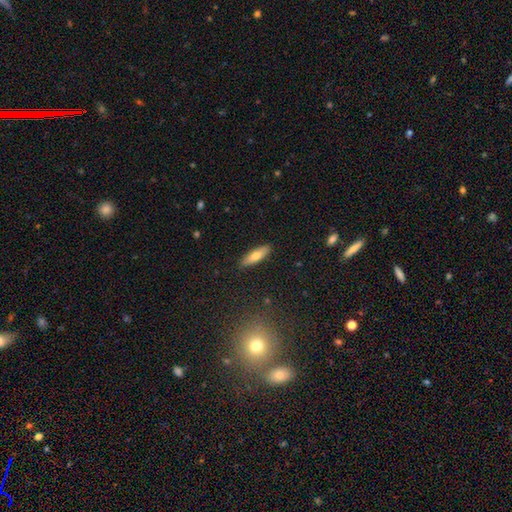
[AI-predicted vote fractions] smooth-or-featured: smooth: 70% | featured or disk: 24% | star or artifact: 6%
  how-rounded: cigar-shaped: 52% | in between: 46% | round: 2%
  merging: none: 89% | minor disturbance: 8% | major disturbance: 2% | merger: 1%